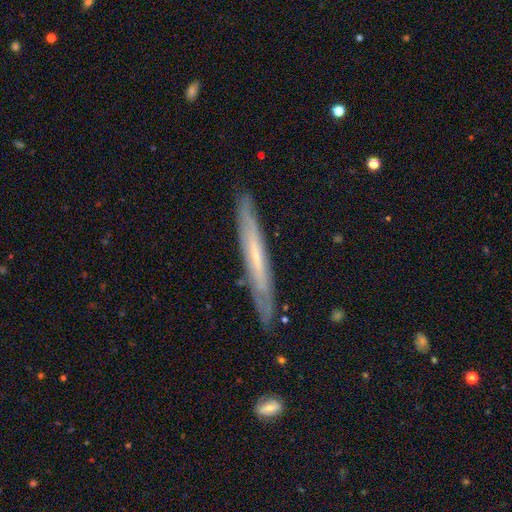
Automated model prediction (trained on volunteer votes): Smooth or featured? Predicted: featured or disk (p=0.57). Edge-on disk? Predicted: yes (p=0.84). Merging? Predicted: none (p=0.84).